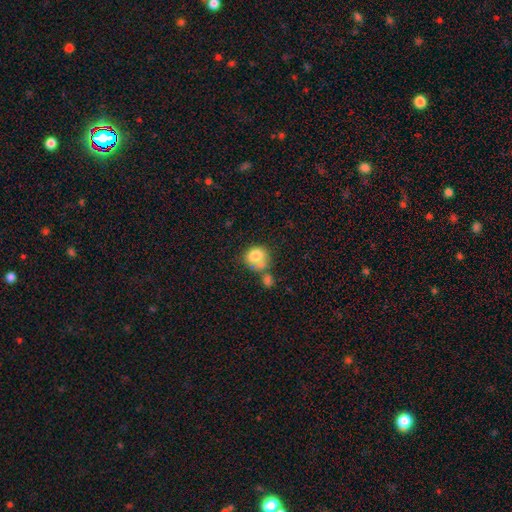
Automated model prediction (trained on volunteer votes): smooth-or-featured: smooth: 76% | featured or disk: 15% | star or artifact: 9%
  how-rounded: round: 67% | in between: 32% | cigar-shaped: 1%
  merging: merger: 43% | none: 35% | minor disturbance: 14% | major disturbance: 7%